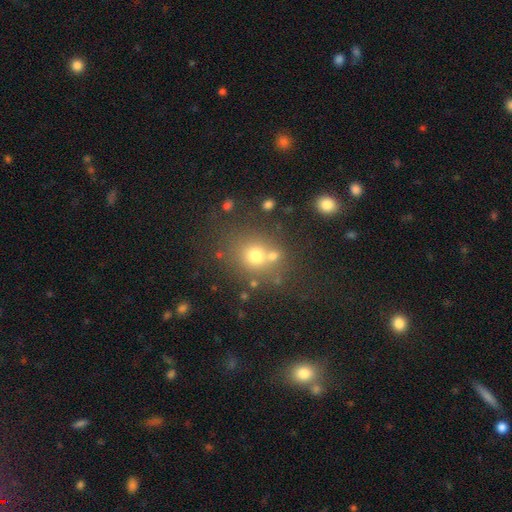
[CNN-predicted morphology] Smooth or featured? Predicted: smooth (p=0.68). How rounded? Predicted: round (p=0.82). Merging? Predicted: none (p=0.61).